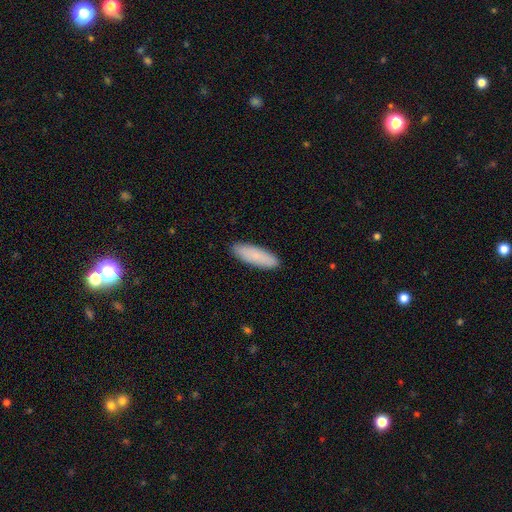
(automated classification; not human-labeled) A smooth galaxy with no disk features (85%) that is cigar-shaped (53%). Merging: none (90%).